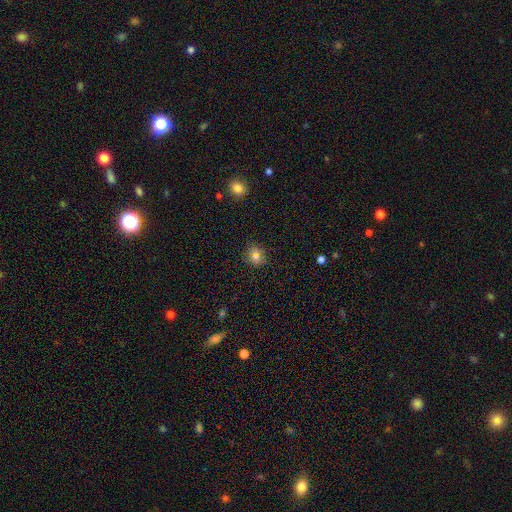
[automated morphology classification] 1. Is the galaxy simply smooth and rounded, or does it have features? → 74% smooth, 17% star or artifact, 9% featured or disk.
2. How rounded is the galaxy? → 82% round, 17% in between, 1% cigar-shaped.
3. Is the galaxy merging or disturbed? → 83% none, 10% minor disturbance, 4% merger, 2% major disturbance.